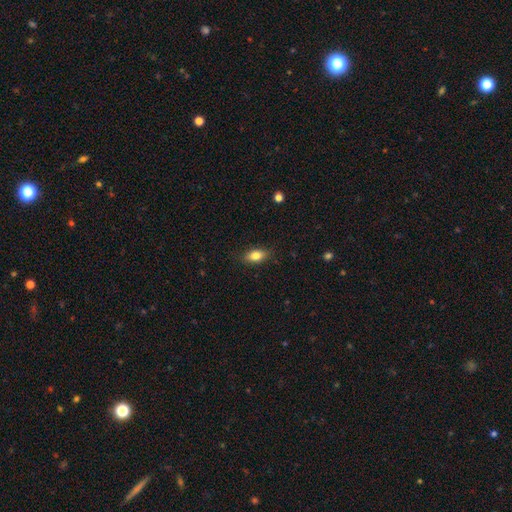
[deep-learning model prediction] Q: Smooth or featured?
A: smooth (81%); runner-up: featured or disk (11%)
Q: How rounded?
A: in between (85%); runner-up: round (8%)
Q: Merging?
A: none (84%); runner-up: minor disturbance (12%)